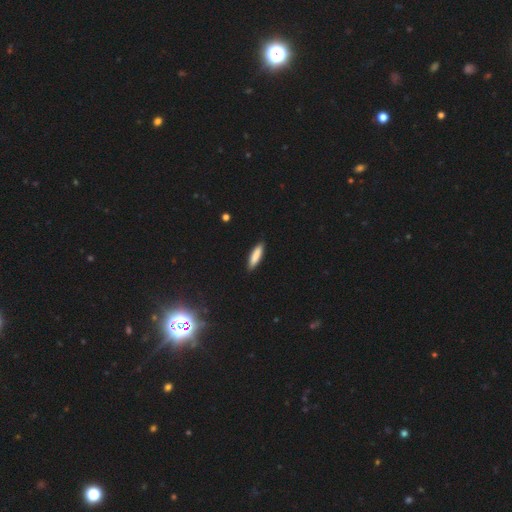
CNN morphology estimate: This appears to be a smooth galaxy with no disk features (85%) that is cigar-shaped (70%). Merging: none (89%).